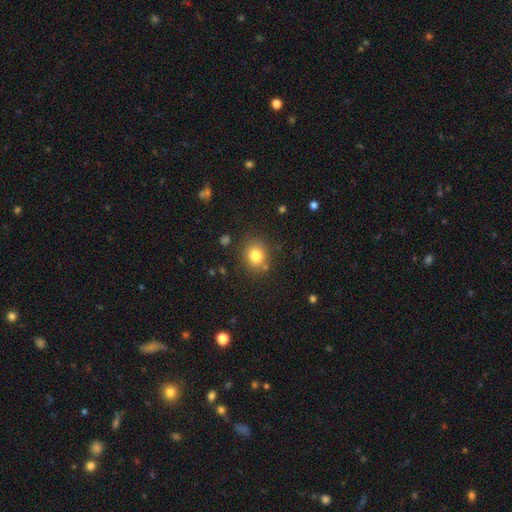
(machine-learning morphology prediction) smooth-or-featured: smooth: 80% | star or artifact: 11% | featured or disk: 8%
  how-rounded: round: 71% | in between: 28% | cigar-shaped: 1%
  merging: none: 81% | minor disturbance: 11% | merger: 4% | major disturbance: 4%